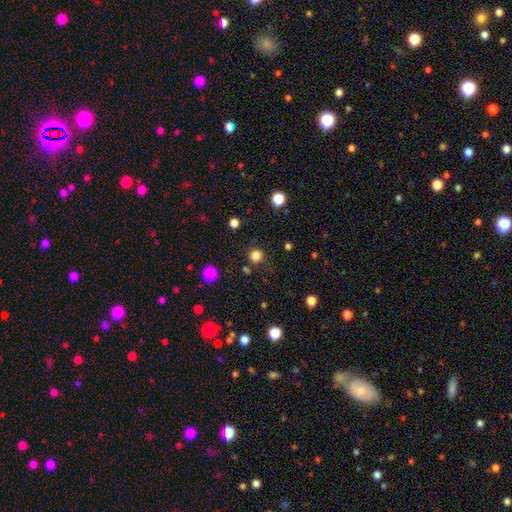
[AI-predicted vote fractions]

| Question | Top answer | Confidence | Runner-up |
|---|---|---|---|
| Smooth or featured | smooth | 82% | star or artifact (14%) |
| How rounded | round | 93% | in between (6%) |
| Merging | none | 86% | minor disturbance (8%) |